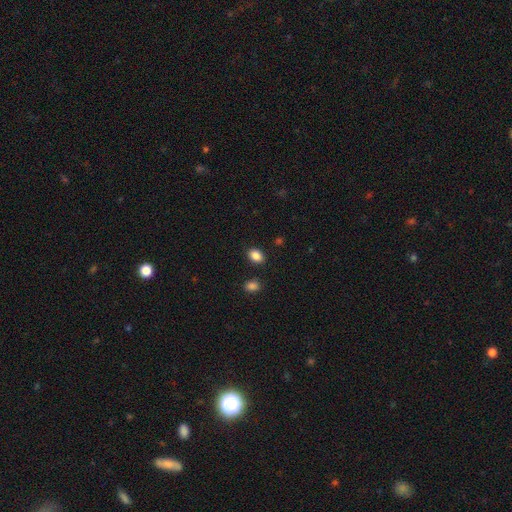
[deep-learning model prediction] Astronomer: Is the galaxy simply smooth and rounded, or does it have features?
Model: smooth — 87%.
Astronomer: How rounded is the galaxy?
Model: in between — 74%.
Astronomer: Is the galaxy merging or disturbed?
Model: none — 86%.